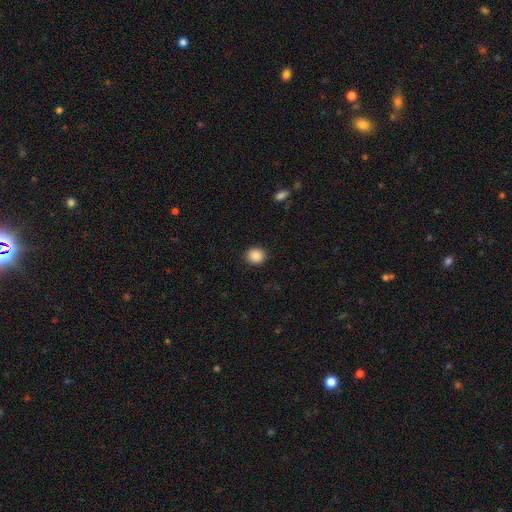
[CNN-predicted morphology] This appears to be a smooth galaxy with no disk features (87%) that is round (81%). Merging: none (91%).